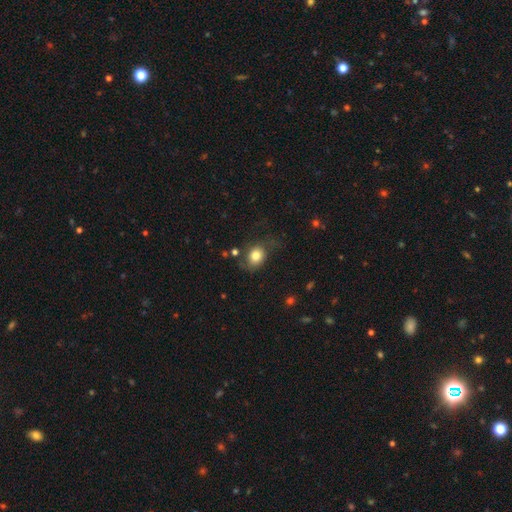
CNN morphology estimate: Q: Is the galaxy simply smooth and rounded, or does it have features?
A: smooth — 77%.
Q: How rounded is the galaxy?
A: round — 56%.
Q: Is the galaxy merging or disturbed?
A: none — 54%.